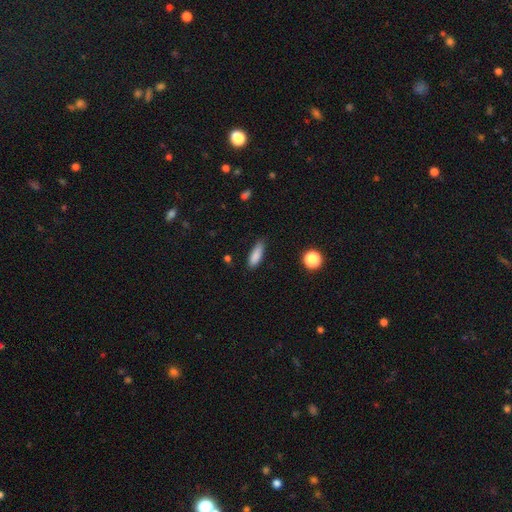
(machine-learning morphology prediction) type=smooth (86%); roundness=in between (59%); merging=none (75%).